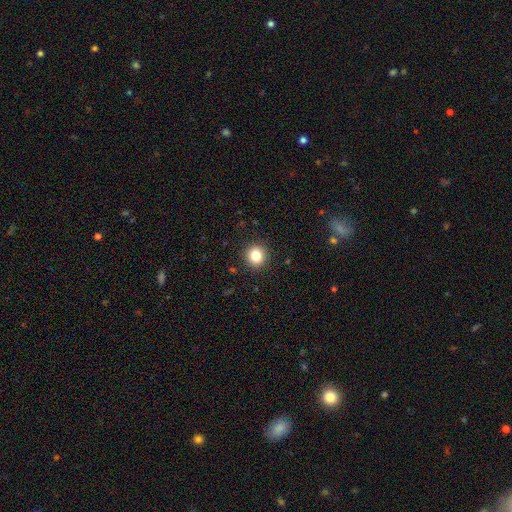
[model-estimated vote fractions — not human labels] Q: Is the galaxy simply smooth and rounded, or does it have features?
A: smooth — 83%.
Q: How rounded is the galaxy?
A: round — 88%.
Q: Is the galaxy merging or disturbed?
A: none — 91%.